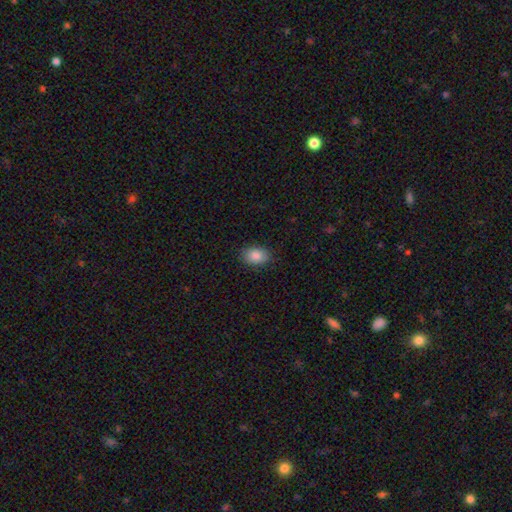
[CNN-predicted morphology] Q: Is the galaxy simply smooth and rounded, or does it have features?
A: smooth — 87%.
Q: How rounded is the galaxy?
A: in between — 82%.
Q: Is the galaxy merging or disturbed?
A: none — 88%.